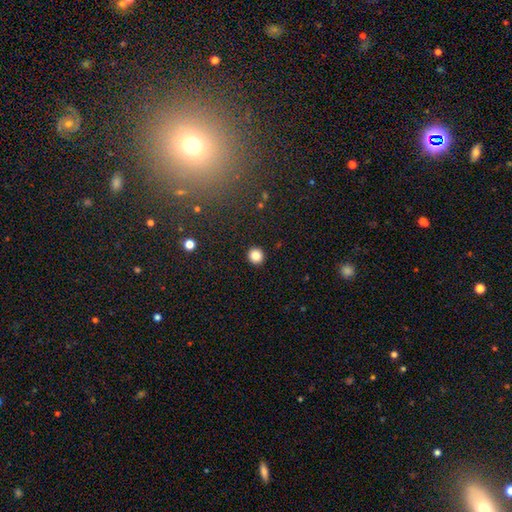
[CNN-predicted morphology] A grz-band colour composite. It shows a smooth galaxy with no disk features (85%) that is round (91%). Merging: none (93%).